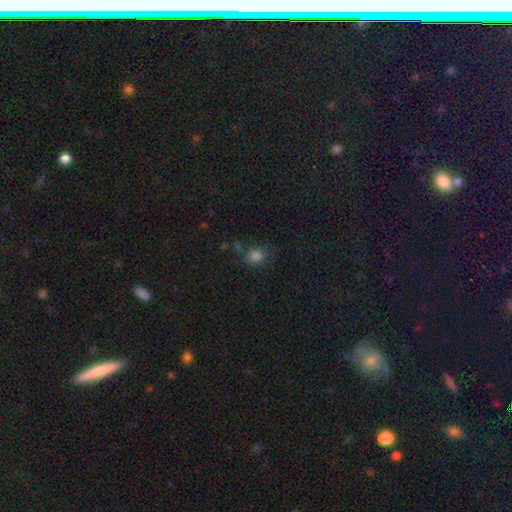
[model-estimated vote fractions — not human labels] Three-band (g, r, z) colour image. It shows a smooth galaxy with no disk features (79%) that is round (53%). Merging: none (66%).